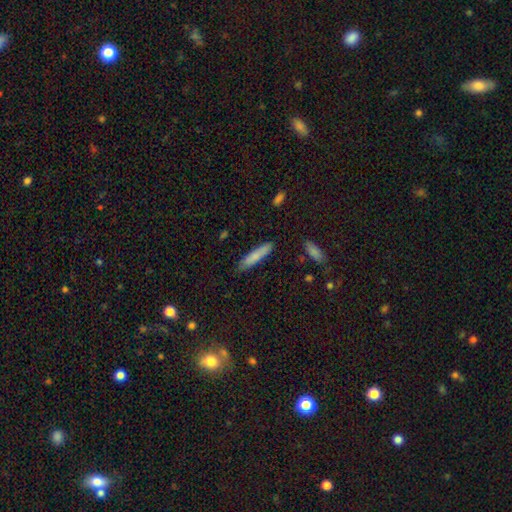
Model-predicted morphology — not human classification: Overall: smooth (80%). How rounded: cigar-shaped (86%). Merging: none (84%).